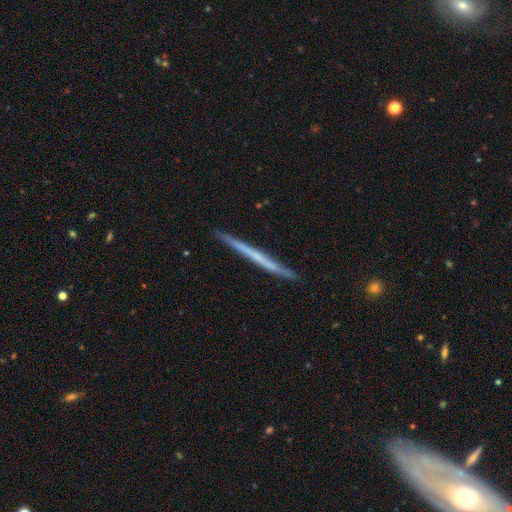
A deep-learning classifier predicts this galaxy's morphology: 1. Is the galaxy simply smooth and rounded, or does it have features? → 56% featured or disk, 38% smooth, 5% star or artifact.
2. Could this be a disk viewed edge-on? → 97% yes, 3% no.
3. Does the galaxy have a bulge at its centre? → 90% none, 7% rounded, 4% boxy.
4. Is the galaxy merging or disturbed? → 90% none, 8% minor disturbance, 1% major disturbance, 1% merger.